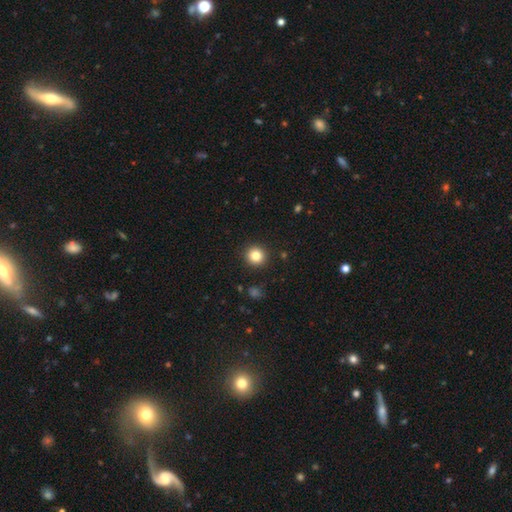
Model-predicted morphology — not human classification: smooth-or-featured: smooth: 82% | star or artifact: 11% | featured or disk: 7%
  how-rounded: round: 93% | in between: 6% | cigar-shaped: 1%
  merging: none: 92% | minor disturbance: 5% | major disturbance: 2% | merger: 1%